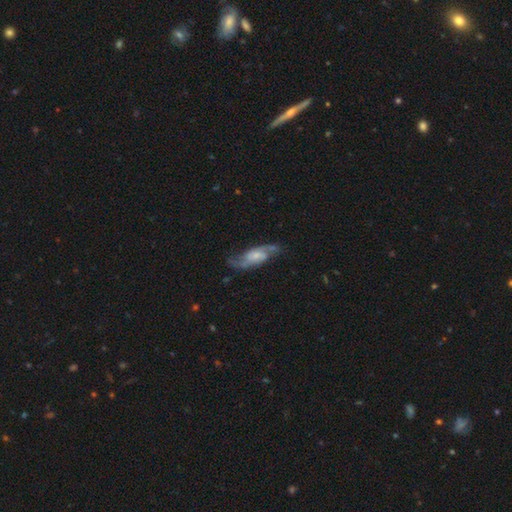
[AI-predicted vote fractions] Smooth or featured? featured or disk (81%)
Edge-on disk? no (92%)
Bar? no (44%)
Spiral arms? yes (95%)
Spiral winding? loose (44%, tied with medium)
Spiral arm count? 2 (89%)
Bulge size? small (50%)
Merging? none (71%)